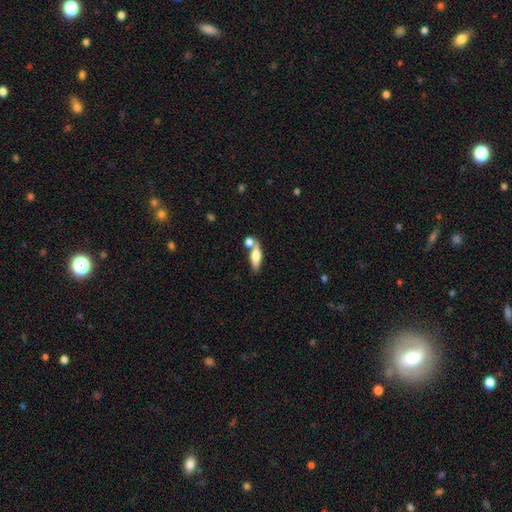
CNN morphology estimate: Smooth or featured?
  - smooth: 59% *
  - featured or disk: 34%
  - star or artifact: 7%
How rounded?
  - cigar-shaped: 50% *
  - in between: 46%
  - round: 4%
Merging?
  - none: 59% *
  - merger: 24%
  - minor disturbance: 12%
  - major disturbance: 4%